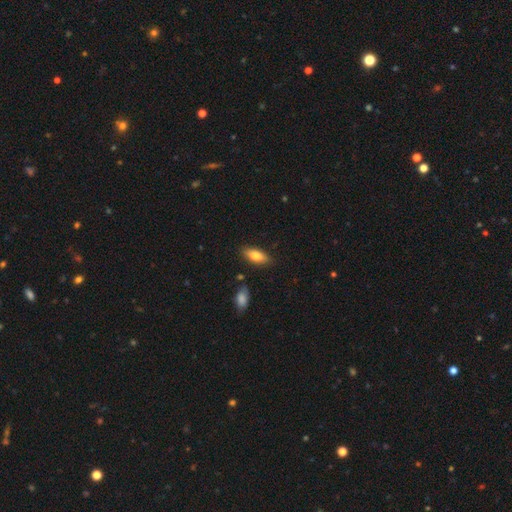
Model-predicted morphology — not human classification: type=smooth (79%); roundness=in between (80%); merging=none (83%).